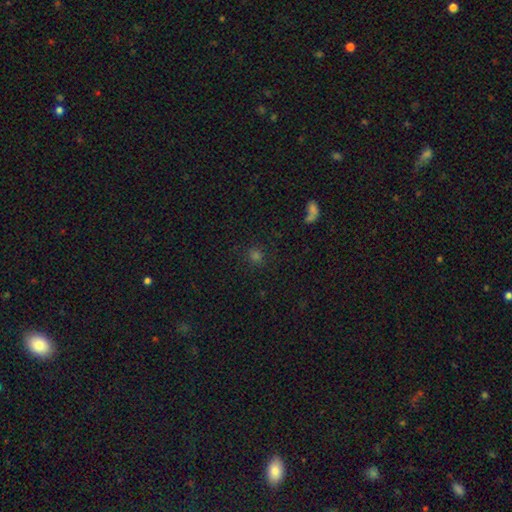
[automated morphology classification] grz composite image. It shows a smooth galaxy with no disk features (68%) that is round (87%). Merging: none (85%).